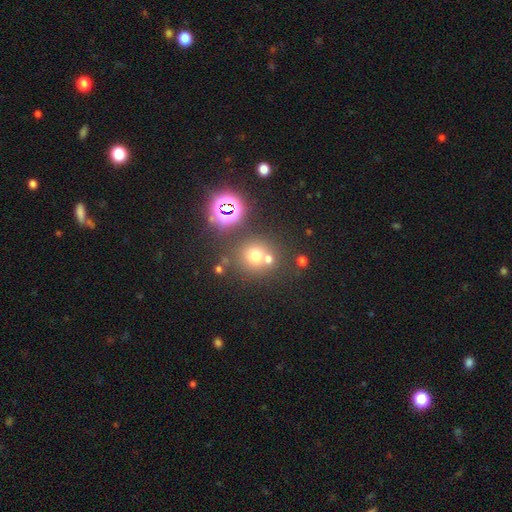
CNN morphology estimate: Smooth or featured?
  - smooth: 66% *
  - star or artifact: 24%
  - featured or disk: 10%
How rounded?
  - round: 89% *
  - in between: 10%
  - cigar-shaped: 1%
Merging?
  - none: 60% *
  - merger: 27%
  - minor disturbance: 9%
  - major disturbance: 4%